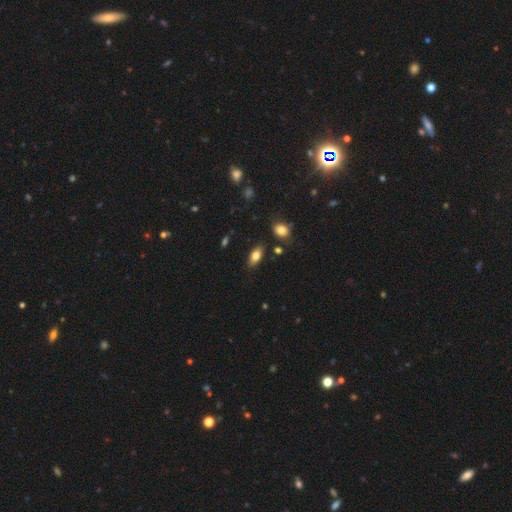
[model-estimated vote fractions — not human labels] smooth-or-featured: smooth: 79% | featured or disk: 13% | star or artifact: 8%
  how-rounded: in between: 88% | cigar-shaped: 7% | round: 4%
  merging: none: 82% | minor disturbance: 12% | merger: 3% | major disturbance: 3%